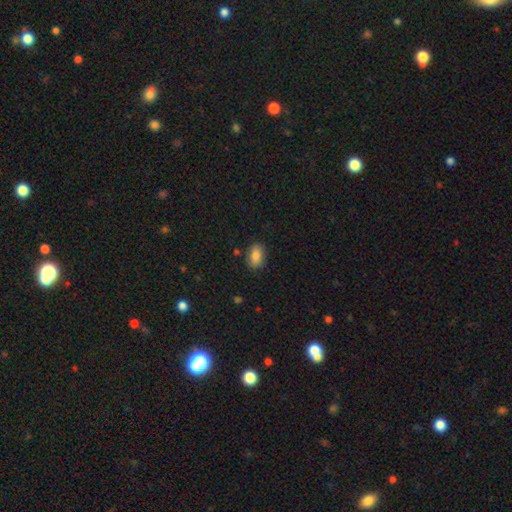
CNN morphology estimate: Q: Smooth or featured?
A: smooth (85%); runner-up: star or artifact (8%)
Q: How rounded?
A: in between (89%); runner-up: round (9%)
Q: Merging?
A: none (84%); runner-up: minor disturbance (11%)